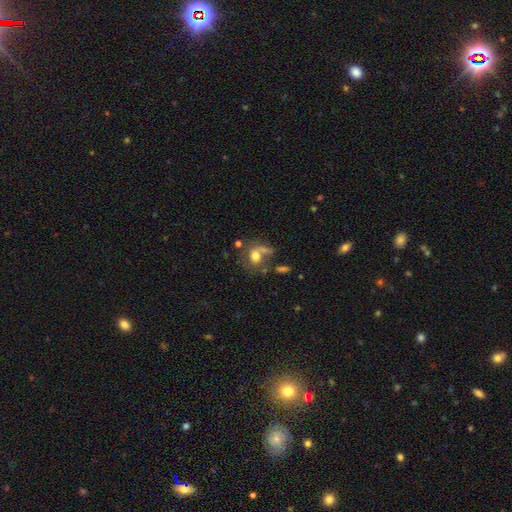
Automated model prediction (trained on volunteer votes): Smooth or featured?
  - smooth: 56% *
  - featured or disk: 32%
  - star or artifact: 11%
How rounded?
  - round: 62% *
  - in between: 37%
  - cigar-shaped: 2%
Merging?
  - none: 40% *
  - major disturbance: 21%
  - merger: 21%
  - minor disturbance: 18%